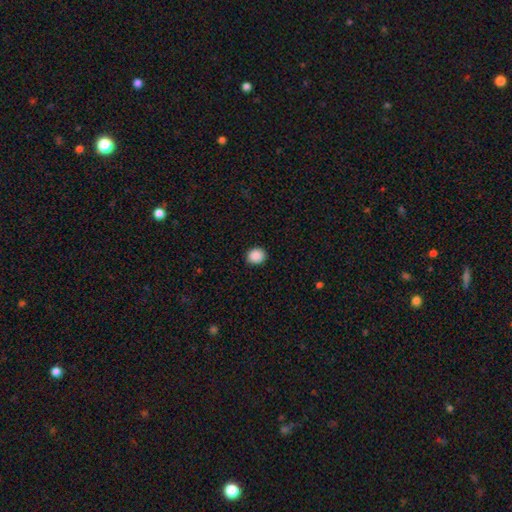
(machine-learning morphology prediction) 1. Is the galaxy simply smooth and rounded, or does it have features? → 89% smooth, 8% star or artifact, 2% featured or disk.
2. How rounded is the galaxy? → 73% round, 26% in between, 1% cigar-shaped.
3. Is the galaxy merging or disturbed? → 90% none, 7% minor disturbance, 2% major disturbance, 1% merger.